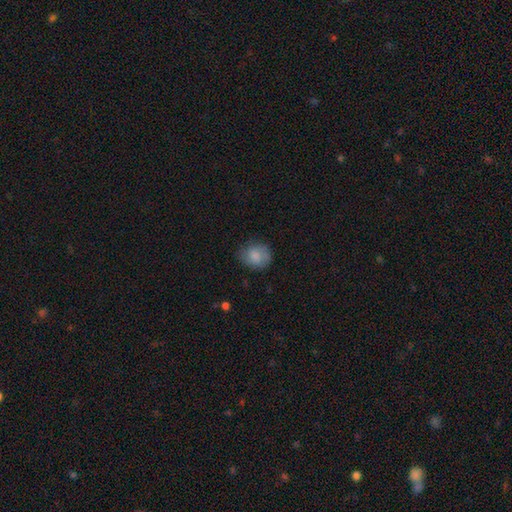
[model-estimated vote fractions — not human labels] Smooth or featured: smooth — 74% (featured or disk — 18%)
How rounded: round — 68% (in between — 31%)
Merging: none — 69% (minor disturbance — 22%)